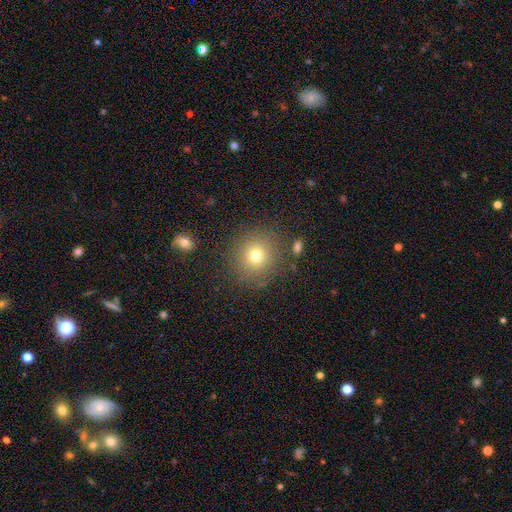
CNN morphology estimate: smooth 74%, star or artifact 15%, featured or disk 10%. Down the decision tree: how rounded — round (90%); merging — none (85%).